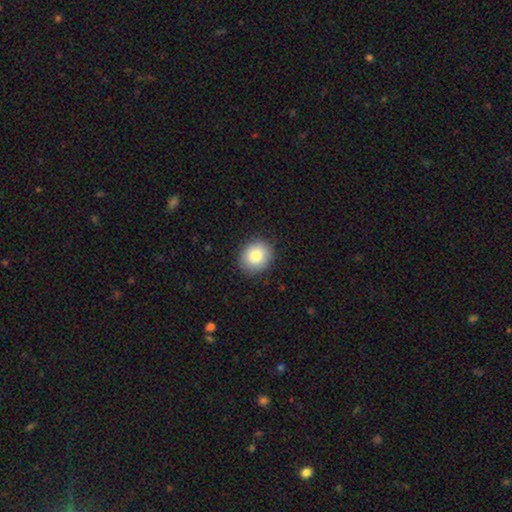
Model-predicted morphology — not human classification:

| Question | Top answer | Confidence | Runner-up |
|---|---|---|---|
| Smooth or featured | smooth | 83% | featured or disk (9%) |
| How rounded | round | 76% | in between (23%) |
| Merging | none | 89% | minor disturbance (8%) |